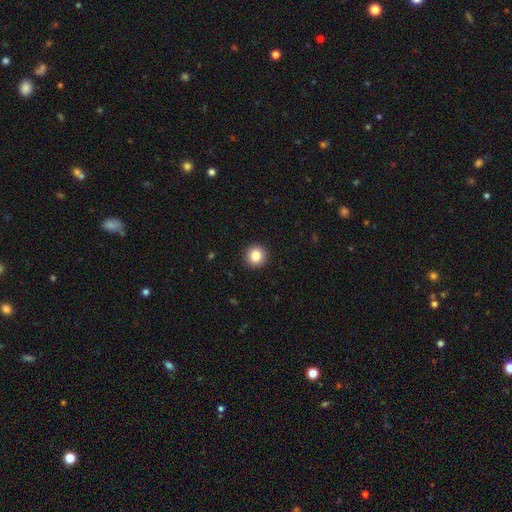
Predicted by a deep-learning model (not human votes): Overall: smooth (85%). How rounded: round (95%). Merging: none (93%).